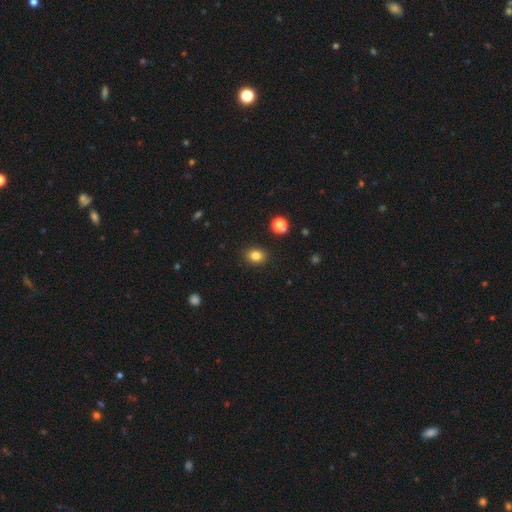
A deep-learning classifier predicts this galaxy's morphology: smooth 83%, star or artifact 12%, featured or disk 6%. Down the decision tree: how rounded — round (52%); merging — none (89%).